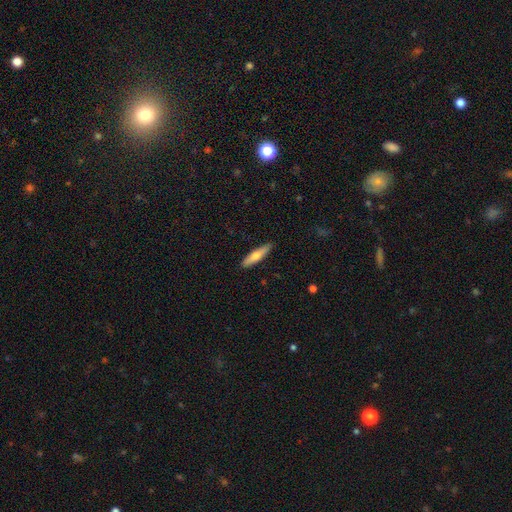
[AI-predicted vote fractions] Smooth or featured? Predicted: smooth (p=0.60). How rounded? Predicted: cigar-shaped (p=0.78). Merging? Predicted: none (p=0.89).